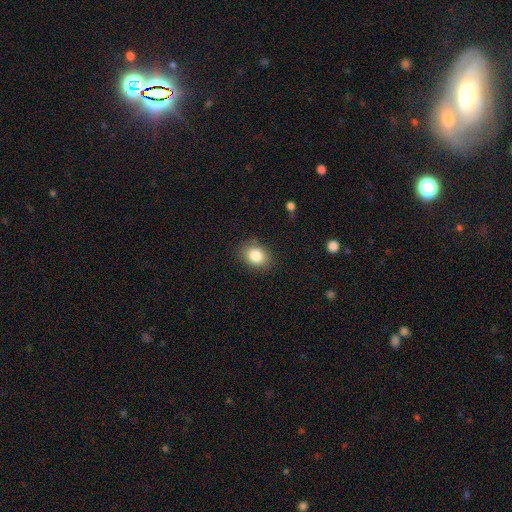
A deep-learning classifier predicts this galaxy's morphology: The model was most divided on "how rounded": in between: 63%, round: 36%, cigar-shaped: 1%. More confident: smooth or featured — smooth (84%); merging — none (83%).